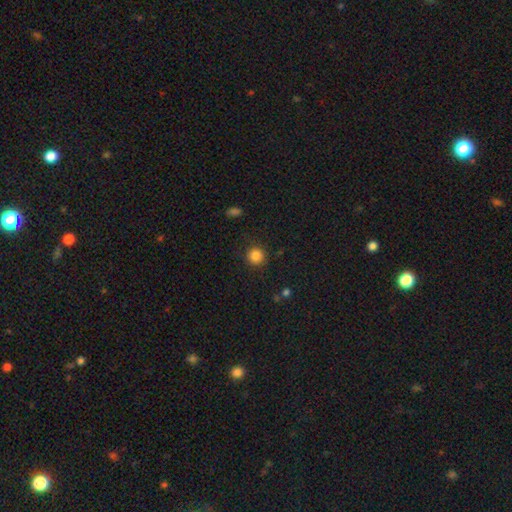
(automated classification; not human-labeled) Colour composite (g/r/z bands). It shows a smooth galaxy with no disk features (85%) that is round (94%). Merging: none (89%).